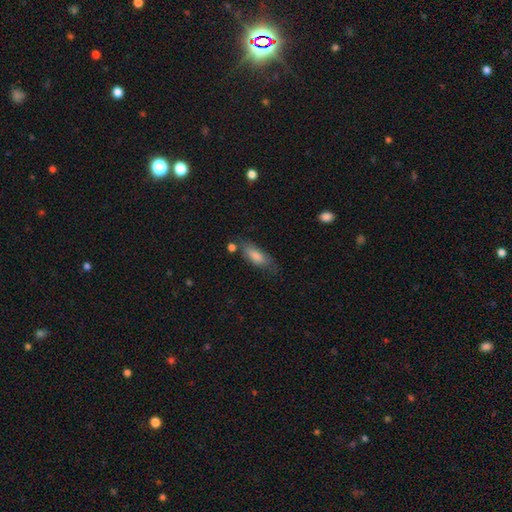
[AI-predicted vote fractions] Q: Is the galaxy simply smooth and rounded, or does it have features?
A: smooth — 75%.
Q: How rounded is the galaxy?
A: in between — 67%.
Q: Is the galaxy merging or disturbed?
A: none — 66%.